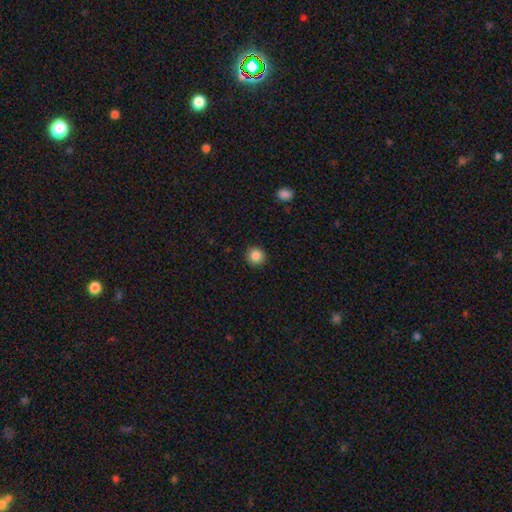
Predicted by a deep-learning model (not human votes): A smooth galaxy with no disk features (86%) that is round (94%).

Vote fractions:
- Smooth or featured? smooth: 86% / star or artifact: 10% / featured or disk: 4%
- How rounded? round: 94% / in between: 5% / cigar-shaped: 1%
- Merging? none: 92% / minor disturbance: 5% / major disturbance: 2% / merger: 1%